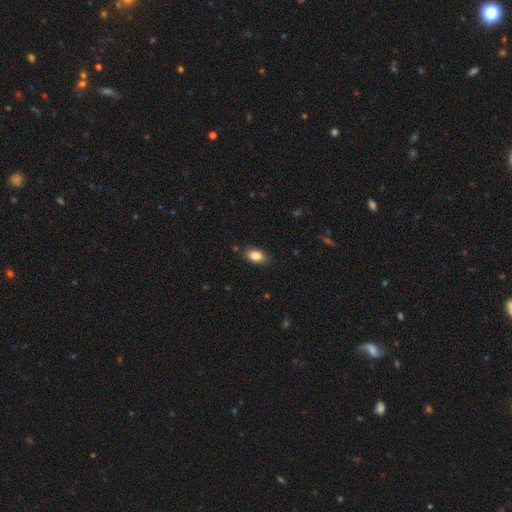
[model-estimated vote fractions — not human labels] Smooth or featured?
  - smooth: 85% *
  - star or artifact: 8%
  - featured or disk: 7%
How rounded?
  - in between: 90% *
  - round: 8%
  - cigar-shaped: 3%
Merging?
  - none: 85% *
  - minor disturbance: 11%
  - major disturbance: 2%
  - merger: 1%